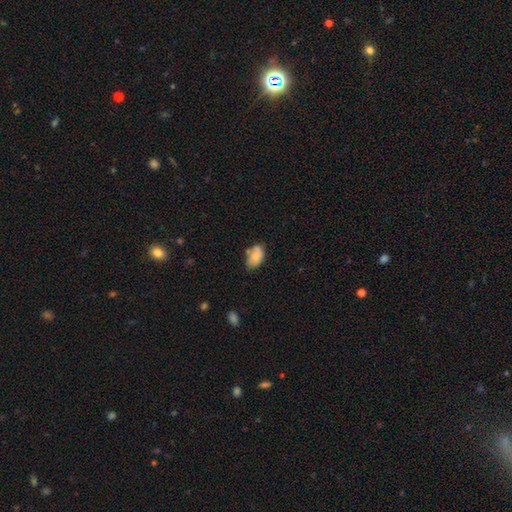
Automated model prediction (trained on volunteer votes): The model was most divided on "merging": none: 56%, minor disturbance: 26%, merger: 11%, major disturbance: 6%. More confident: how rounded — in between (91%); smooth or featured — smooth (76%).